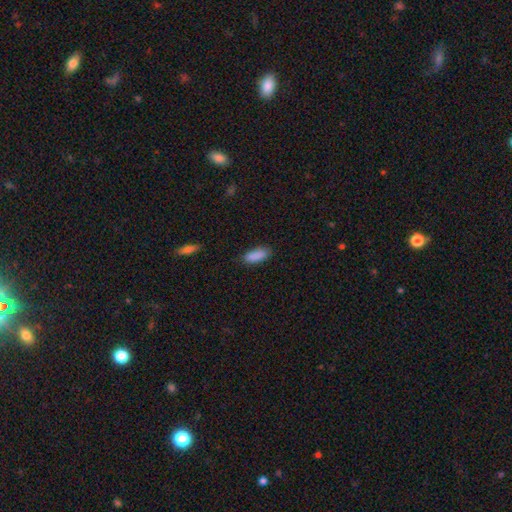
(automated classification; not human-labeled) smooth 88%, star or artifact 7%, featured or disk 4%. Down the decision tree: how rounded — in between (75%); merging — none (81%).